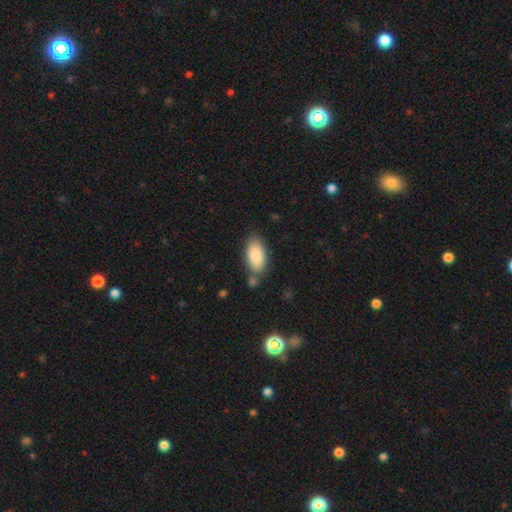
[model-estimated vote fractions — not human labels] Q: Smooth or featured?
A: smooth (87%); runner-up: featured or disk (7%)
Q: How rounded?
A: in between (93%); runner-up: cigar-shaped (4%)
Q: Merging?
A: none (70%); runner-up: minor disturbance (16%)